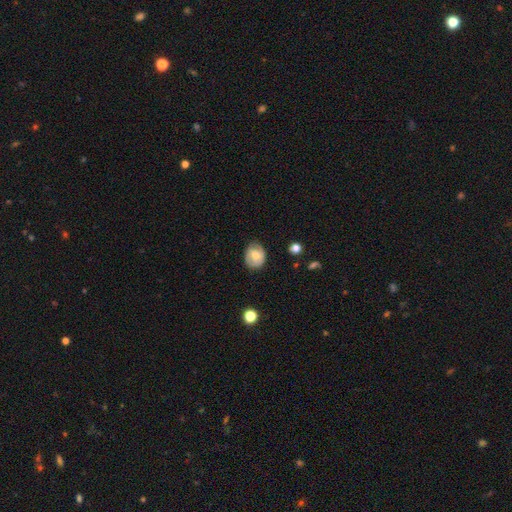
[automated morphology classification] smooth_or_featured: smooth (p=0.58) [alt: featured or disk p=0.35]
how_rounded: round (p=0.60) [alt: in between p=0.39]
merging: none (p=0.68) [alt: minor disturbance p=0.25]